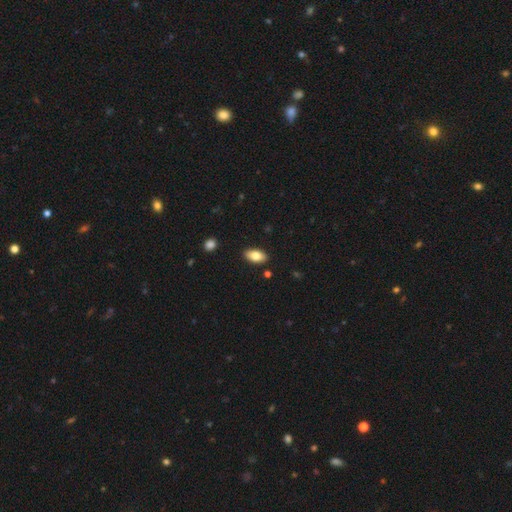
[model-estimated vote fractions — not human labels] smooth-or-featured: smooth: 79% | featured or disk: 14% | star or artifact: 7%
  how-rounded: in between: 92% | cigar-shaped: 5% | round: 3%
  merging: none: 89% | minor disturbance: 8% | major disturbance: 2% | merger: 1%